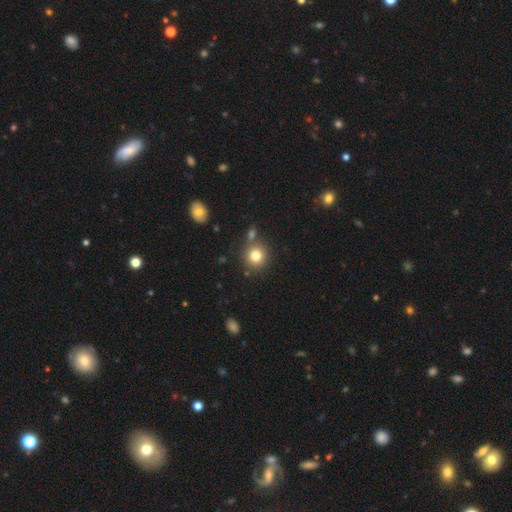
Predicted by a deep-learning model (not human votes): Smooth or featured? Predicted: smooth (p=0.81). How rounded? Predicted: round (p=0.88). Merging? Predicted: none (p=0.75).